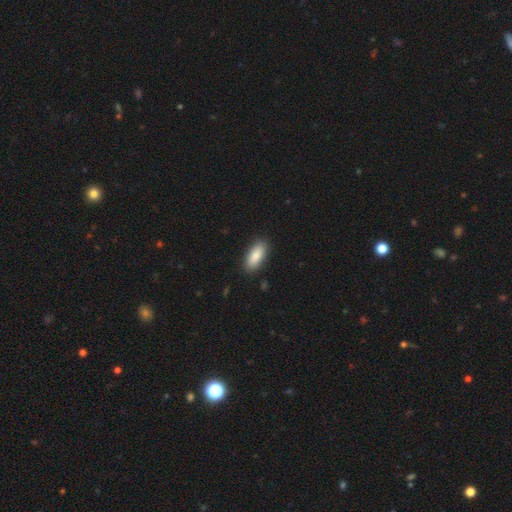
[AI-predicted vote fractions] This is clearly a smooth galaxy (86%). How rounded: clearly in between (83%). Merging: clearly none (88%).